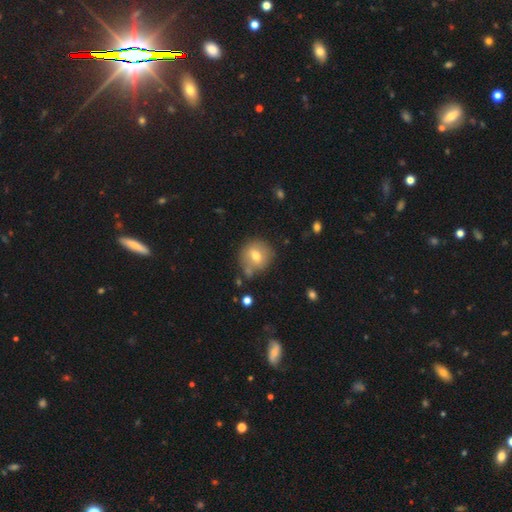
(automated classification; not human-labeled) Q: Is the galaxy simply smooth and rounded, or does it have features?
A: smooth — 70%.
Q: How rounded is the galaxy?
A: round — 88%.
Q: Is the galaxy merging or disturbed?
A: none — 69%.